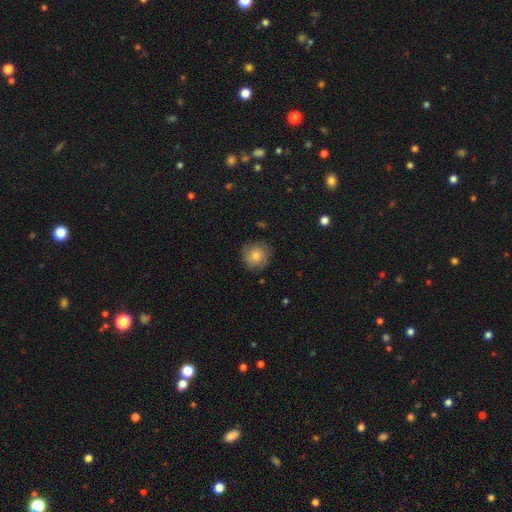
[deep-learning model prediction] Smooth or featured?
  - smooth: 82% *
  - featured or disk: 10%
  - star or artifact: 8%
How rounded?
  - round: 92% *
  - in between: 7%
  - cigar-shaped: 1%
Merging?
  - none: 83% *
  - minor disturbance: 13%
  - major disturbance: 3%
  - merger: 1%